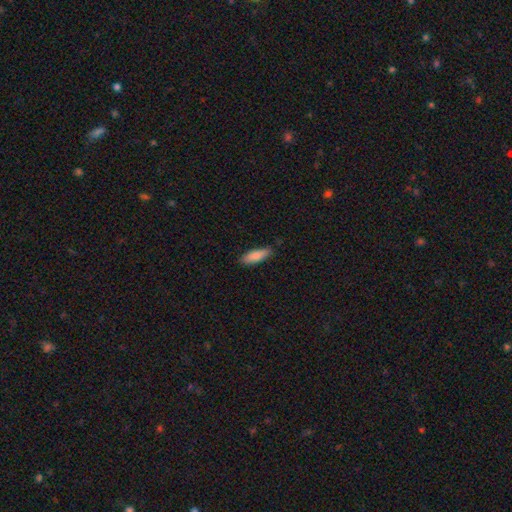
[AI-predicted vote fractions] Smooth or featured: smooth — 87% (featured or disk — 7%)
How rounded: in between — 52% (cigar-shaped — 47%)
Merging: none — 84% (minor disturbance — 13%)